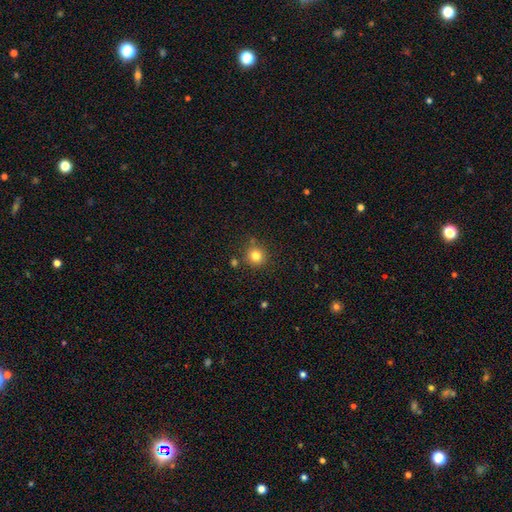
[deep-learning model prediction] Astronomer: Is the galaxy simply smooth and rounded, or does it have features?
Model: smooth — 81%.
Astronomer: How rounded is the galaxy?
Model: round — 92%.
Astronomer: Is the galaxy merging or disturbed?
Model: none — 82%.